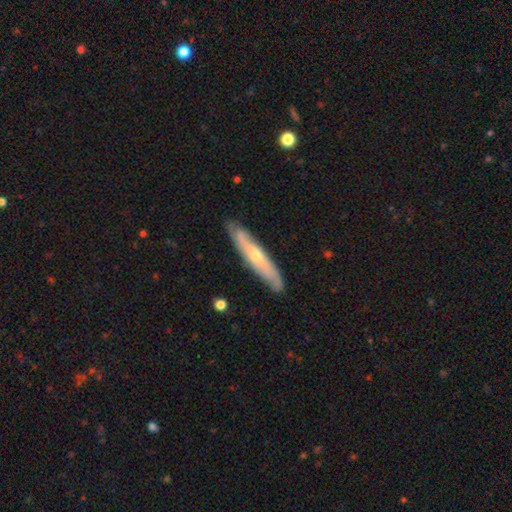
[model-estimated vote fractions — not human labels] featured or disk 60%, smooth 35%, star or artifact 5%. Down the decision tree: edge-on disk — yes (65%); merging — none (84%).